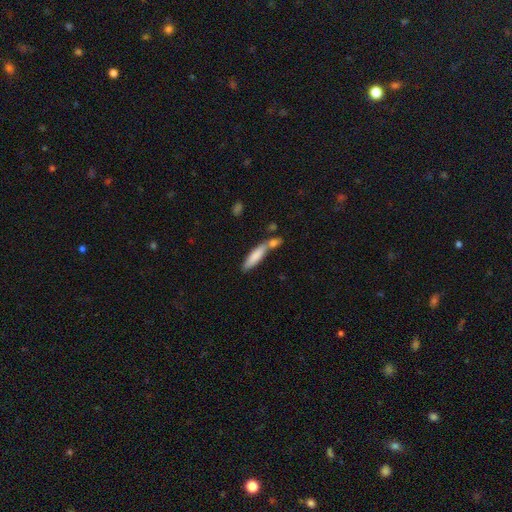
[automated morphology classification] smooth_or_featured: smooth (p=0.79) [alt: featured or disk p=0.15]
how_rounded: cigar-shaped (p=0.70) [alt: in between p=0.28]
merging: none (p=0.44) [alt: merger p=0.38]